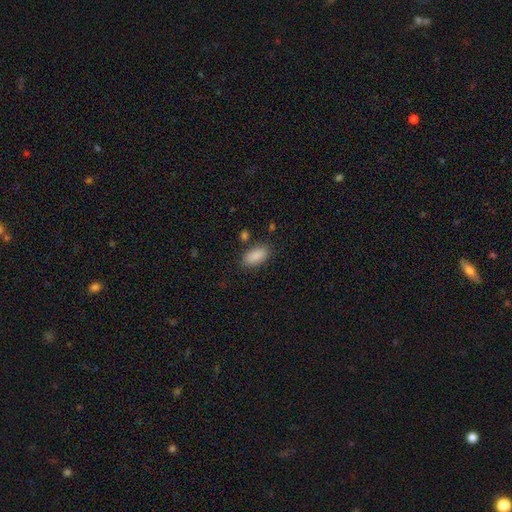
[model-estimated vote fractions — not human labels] Q: Smooth or featured?
A: smooth (89%); runner-up: star or artifact (7%)
Q: How rounded?
A: in between (93%); runner-up: cigar-shaped (4%)
Q: Merging?
A: none (83%); runner-up: minor disturbance (11%)